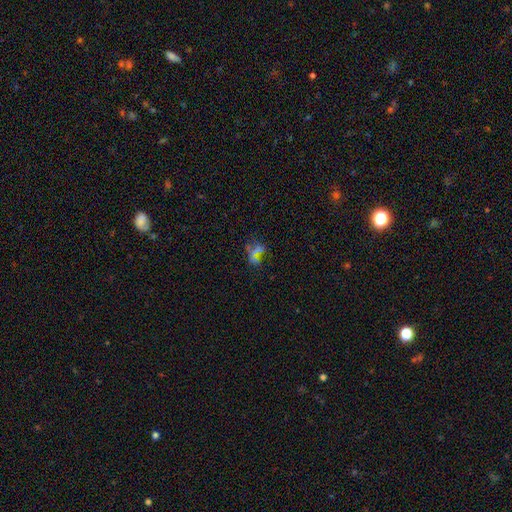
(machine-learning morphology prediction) A smooth galaxy with no disk features (39%). Merging: none (37%).